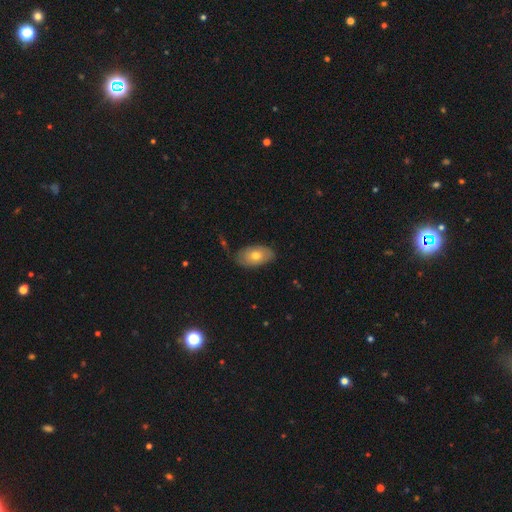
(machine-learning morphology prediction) type=smooth (70%); roundness=in between (92%); merging=none (77%).